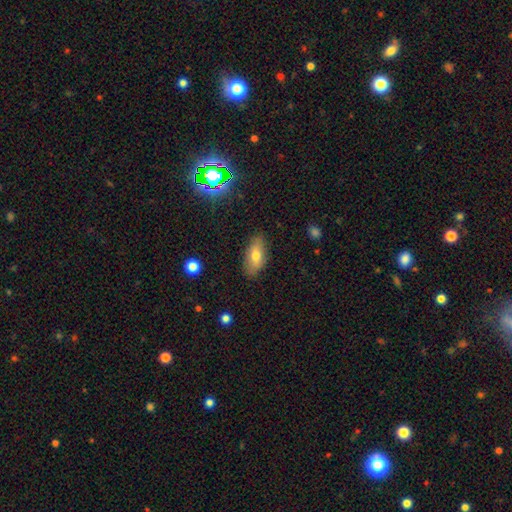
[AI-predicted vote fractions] The model was most divided on "smooth or featured": smooth: 70%, featured or disk: 22%, star or artifact: 8%. More confident: how rounded — in between (85%); merging — none (83%).